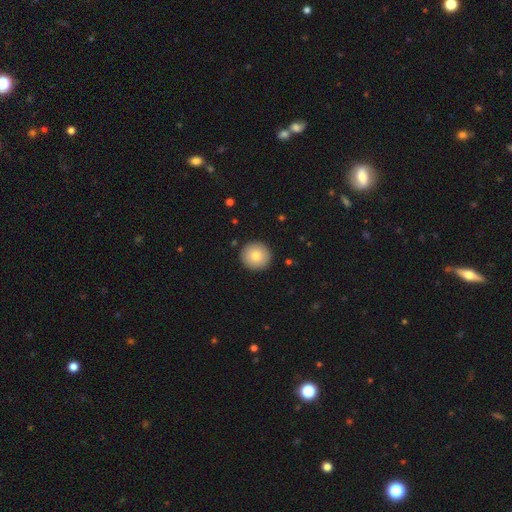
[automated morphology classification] A smooth galaxy with no disk features (80%) that is round (95%).

Vote fractions:
- Smooth or featured? smooth: 80% / featured or disk: 12% / star or artifact: 8%
- How rounded? round: 95% / in between: 4% / cigar-shaped: 1%
- Merging? none: 92% / minor disturbance: 5% / major disturbance: 2% / merger: 1%